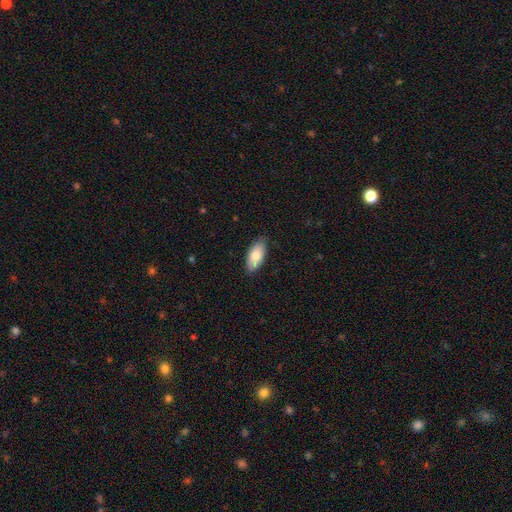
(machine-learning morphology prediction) smooth 77%, featured or disk 17%, star or artifact 6%. Down the decision tree: how rounded — in between (90%); merging — none (85%).